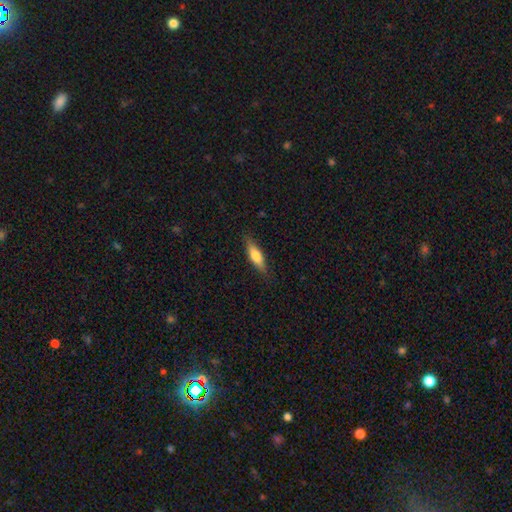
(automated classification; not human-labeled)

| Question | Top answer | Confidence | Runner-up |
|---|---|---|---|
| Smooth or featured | smooth | 66% | featured or disk (28%) |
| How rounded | cigar-shaped | 58% | in between (39%) |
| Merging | none | 86% | minor disturbance (11%) |